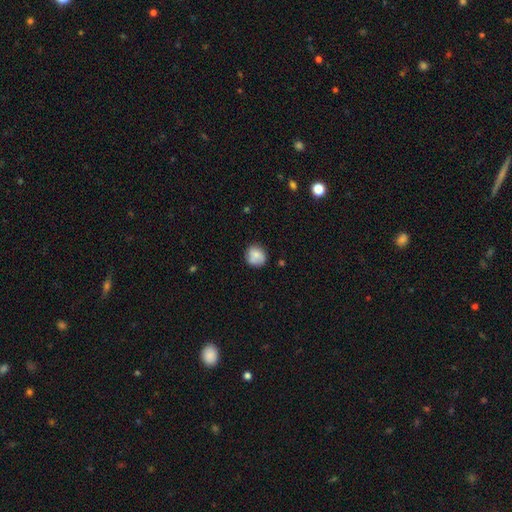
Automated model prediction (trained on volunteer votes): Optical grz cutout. It shows a smooth galaxy with no disk features (73%) that is round (81%). Merging: none (72%).